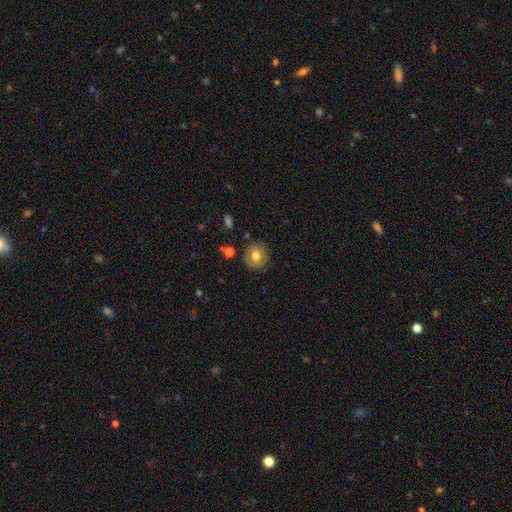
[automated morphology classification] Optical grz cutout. It shows a smooth galaxy with no disk features (71%) that is round (85%). Merging: none (86%).